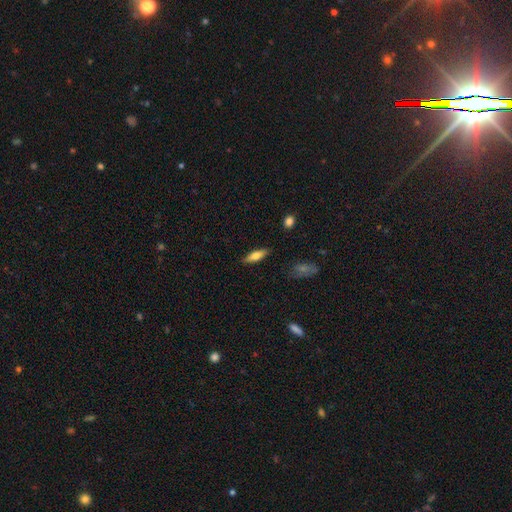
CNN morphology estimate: smooth_or_featured: smooth (p=0.70) [alt: featured or disk p=0.24]
how_rounded: cigar-shaped (p=0.50) [alt: in between p=0.48]
merging: none (p=0.87) [alt: minor disturbance p=0.10]